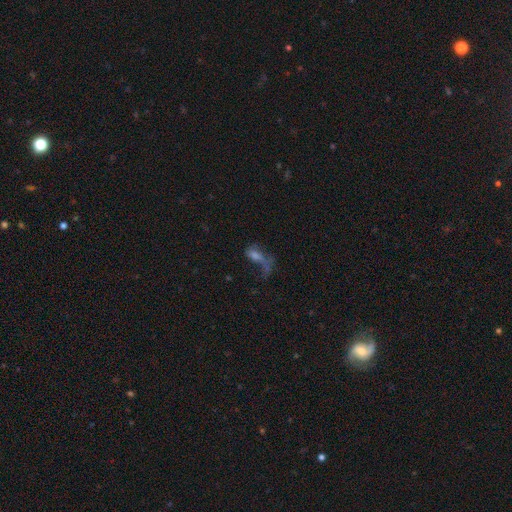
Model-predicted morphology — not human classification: smooth-or-featured: smooth: 41% | featured or disk: 37% | star or artifact: 22%
  merging: major disturbance: 44% | none: 27% | minor disturbance: 15% | merger: 14%